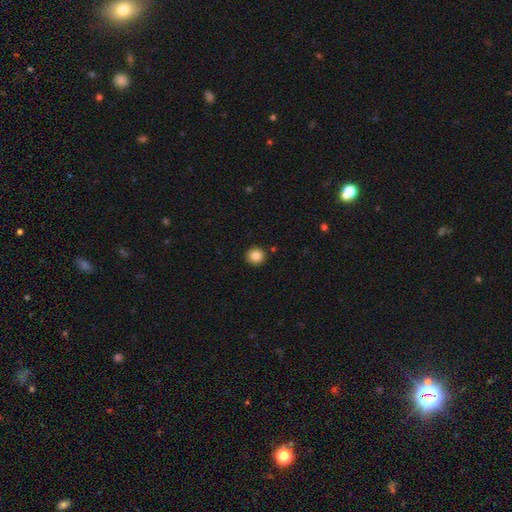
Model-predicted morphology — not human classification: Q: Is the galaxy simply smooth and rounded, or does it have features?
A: smooth — 84%.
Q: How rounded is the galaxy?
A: round — 94%.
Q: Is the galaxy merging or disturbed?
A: none — 92%.